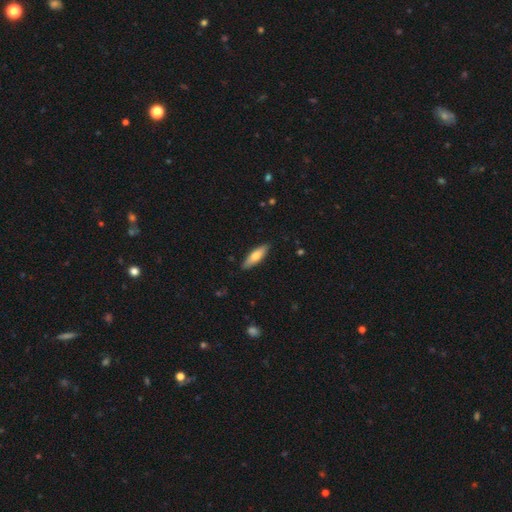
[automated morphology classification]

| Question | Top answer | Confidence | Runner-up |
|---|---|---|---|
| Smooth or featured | smooth | 67% | featured or disk (28%) |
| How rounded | cigar-shaped | 58% | in between (40%) |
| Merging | none | 88% | minor disturbance (9%) |